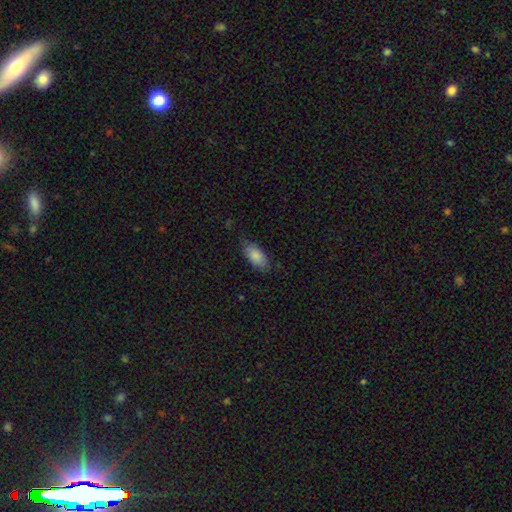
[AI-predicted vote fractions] This appears to be a smooth galaxy with no disk features (84%) that is in between round and cigar-shaped (90%). Merging: none (73%).